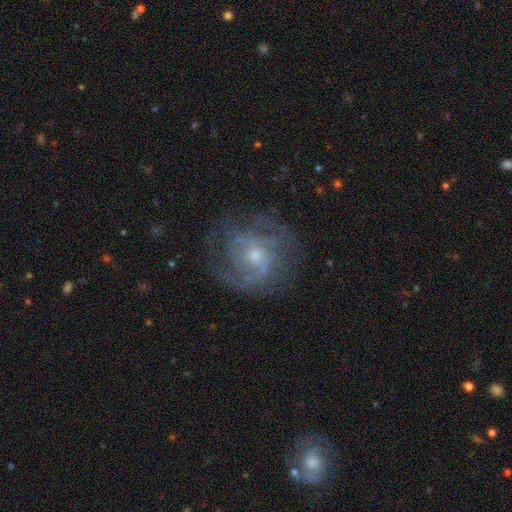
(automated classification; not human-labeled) Overall: featured or disk (77%). Edge-on disk: no (98%). Bar: no (72%). Spiral arms: yes (84%). Spiral arm count: can't tell (39%; 2 26%). Spiral winding: tight (47%; medium 39%). Bulge size: small (61%; moderate 33%). Merging: none (69%).